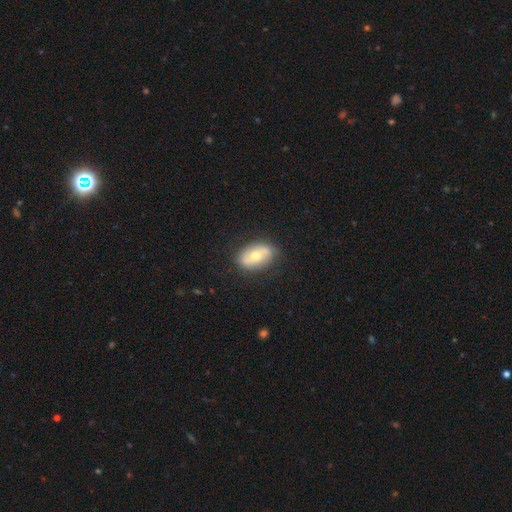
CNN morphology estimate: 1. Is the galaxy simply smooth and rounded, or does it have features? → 54% smooth, 40% featured or disk, 7% star or artifact.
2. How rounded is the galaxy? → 87% in between, 10% round, 3% cigar-shaped.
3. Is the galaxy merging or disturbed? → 81% none, 14% minor disturbance, 4% major disturbance, 1% merger.